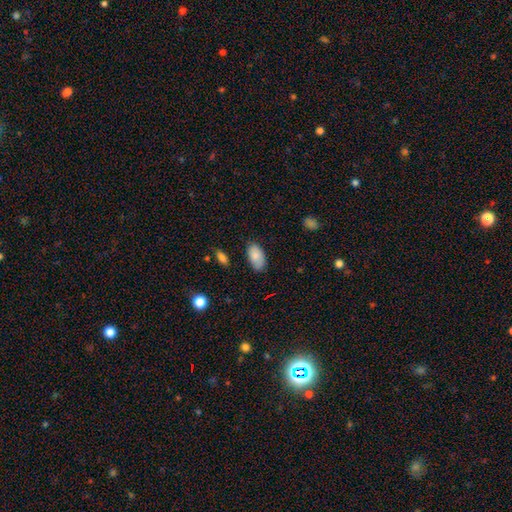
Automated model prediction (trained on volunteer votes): A smooth galaxy with no disk features (84%) that is in between round and cigar-shaped (94%). Merging: none (75%).